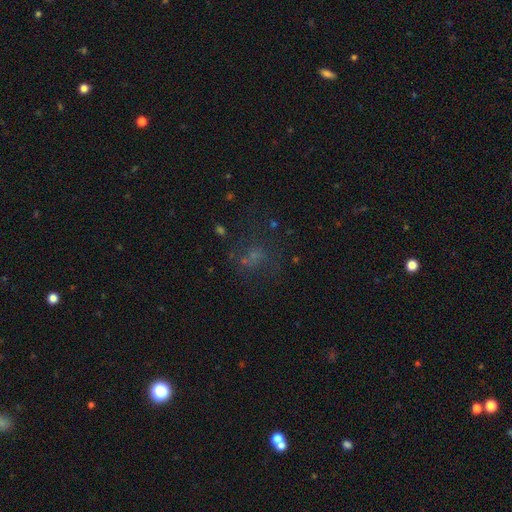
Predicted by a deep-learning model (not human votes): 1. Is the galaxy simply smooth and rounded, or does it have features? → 40% smooth, 32% star or artifact, 28% featured or disk.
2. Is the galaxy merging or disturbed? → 53% none, 23% major disturbance, 17% minor disturbance, 7% merger.